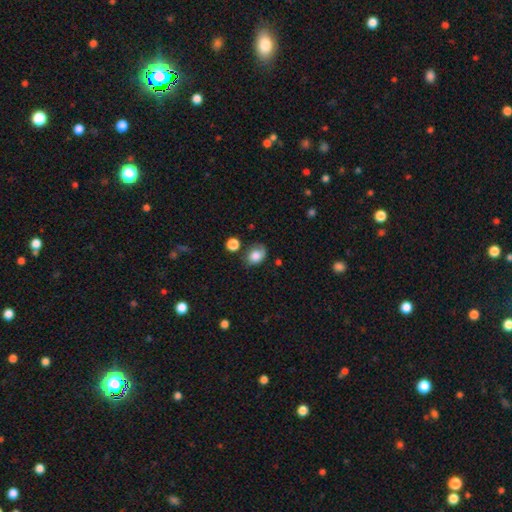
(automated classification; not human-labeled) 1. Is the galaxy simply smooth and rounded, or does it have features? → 80% smooth, 11% featured or disk, 9% star or artifact.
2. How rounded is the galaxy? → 68% in between, 31% round, 1% cigar-shaped.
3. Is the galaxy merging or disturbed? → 57% none, 28% minor disturbance, 9% major disturbance, 6% merger.